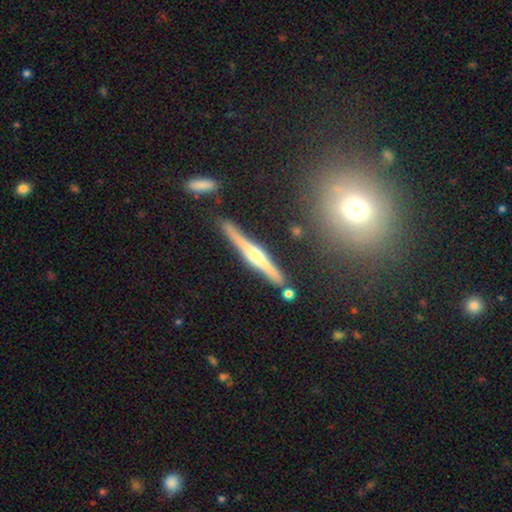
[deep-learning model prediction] Overall: featured or disk (76%). Edge-on disk: yes (97%). Edge-on bulge: rounded (89%). Merging: none (83%).